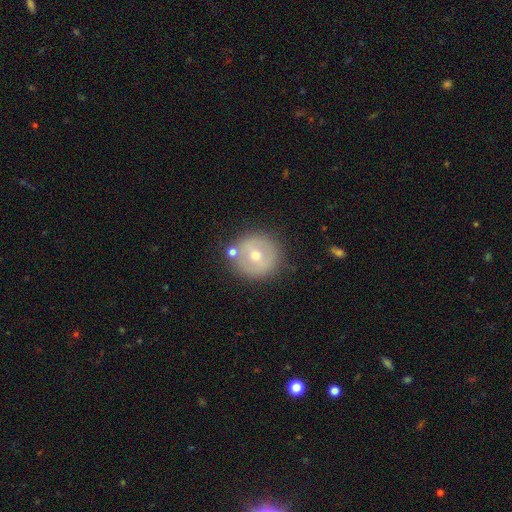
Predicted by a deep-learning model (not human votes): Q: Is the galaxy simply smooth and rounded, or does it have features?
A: smooth — 47%.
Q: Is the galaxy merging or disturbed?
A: none — 80%.